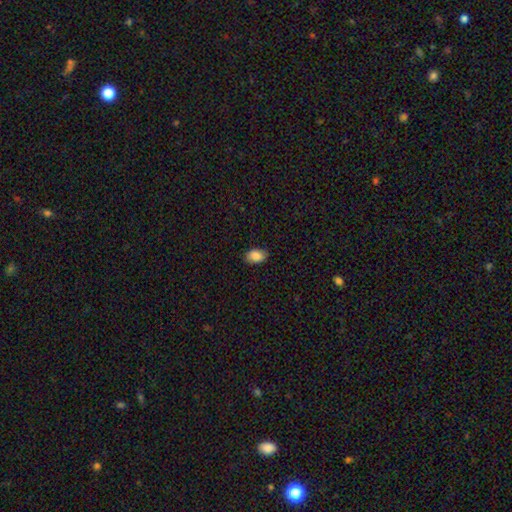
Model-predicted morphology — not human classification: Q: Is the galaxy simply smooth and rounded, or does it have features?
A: smooth — 87%.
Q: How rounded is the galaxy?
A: in between — 89%.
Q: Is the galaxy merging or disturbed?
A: none — 87%.